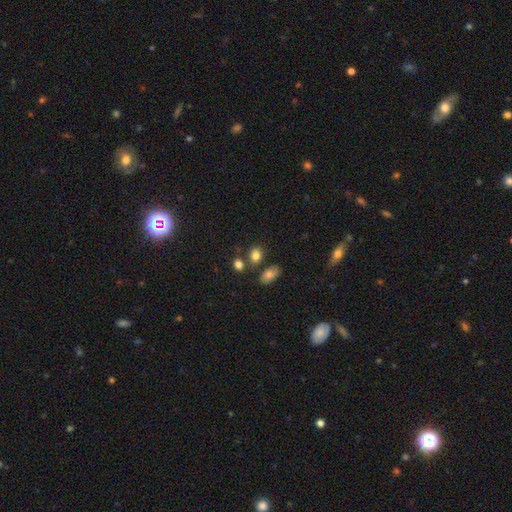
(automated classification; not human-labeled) Smooth or featured: smooth — 82% (star or artifact — 11%)
How rounded: in between — 58% (round — 41%)
Merging: none — 69% (merger — 15%)